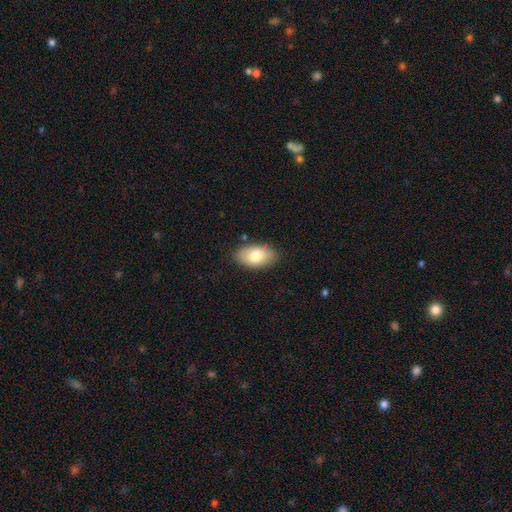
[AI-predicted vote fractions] Smooth or featured? smooth (77%)
How rounded? in between (93%)
Merging? none (84%)